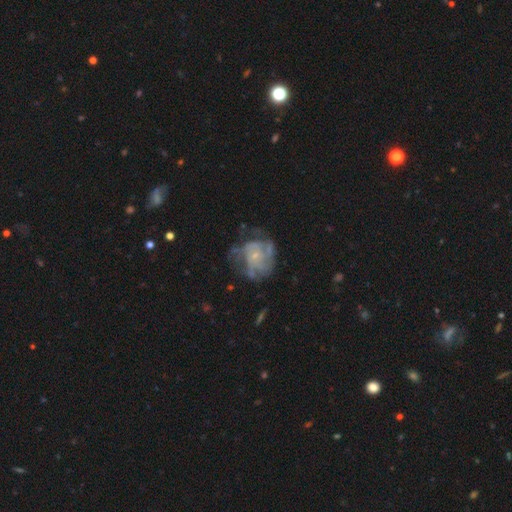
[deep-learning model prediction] The model was most divided on "spiral winding": tight: 46%, medium: 38%, loose: 16%. Remaining: edge-on disk — no (98%); bar — no (80%); spiral arms — yes (78%); bulge size — small (76%); smooth or featured — featured or disk (74%); merging — none (51%); spiral arm count — can't tell (42%).